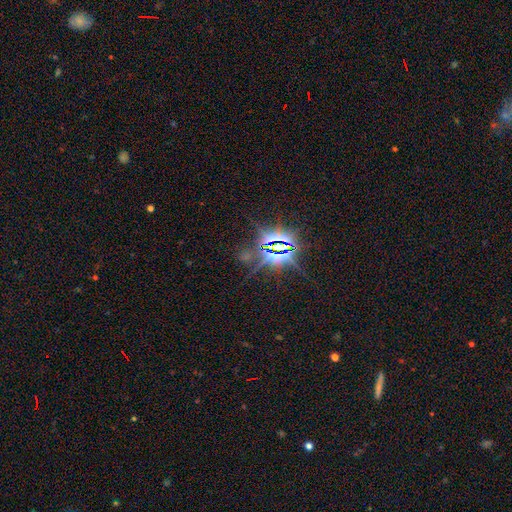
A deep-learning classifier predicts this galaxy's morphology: This appears to be a star or artifact, not a galaxy (82%).